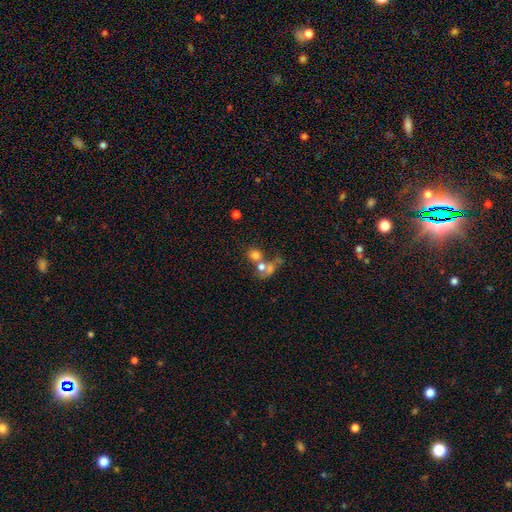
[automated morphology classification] smooth_or_featured: smooth (p=0.63) [alt: featured or disk p=0.20]
how_rounded: round (p=0.72) [alt: in between p=0.26]
merging: merger (p=0.49) [alt: none p=0.35]